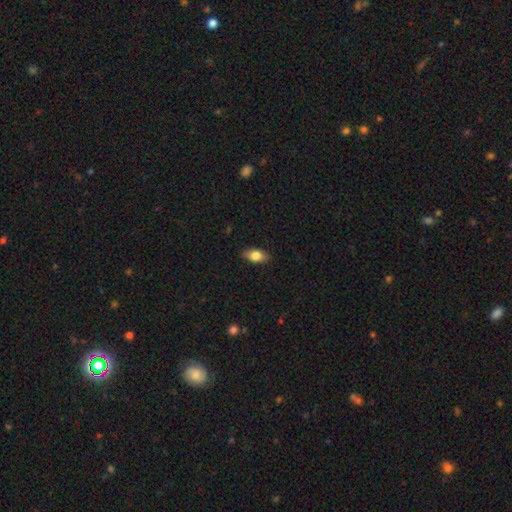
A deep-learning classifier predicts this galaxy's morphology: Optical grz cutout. It shows a smooth galaxy with no disk features (78%) that is in between round and cigar-shaped (87%). Merging: none (87%).